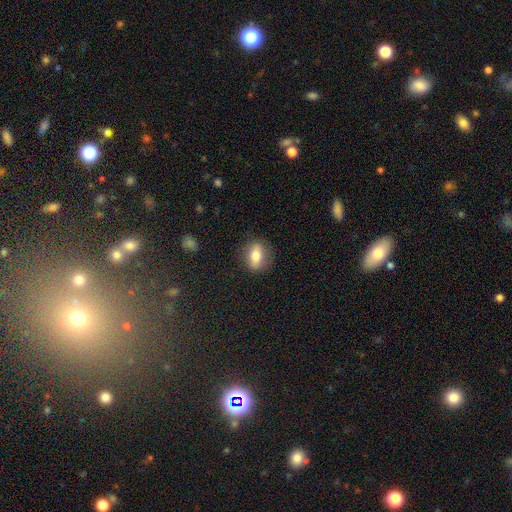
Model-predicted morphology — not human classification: Q: Smooth or featured?
A: smooth (71%); runner-up: featured or disk (21%)
Q: How rounded?
A: in between (67%); runner-up: round (28%)
Q: Merging?
A: none (82%); runner-up: minor disturbance (13%)